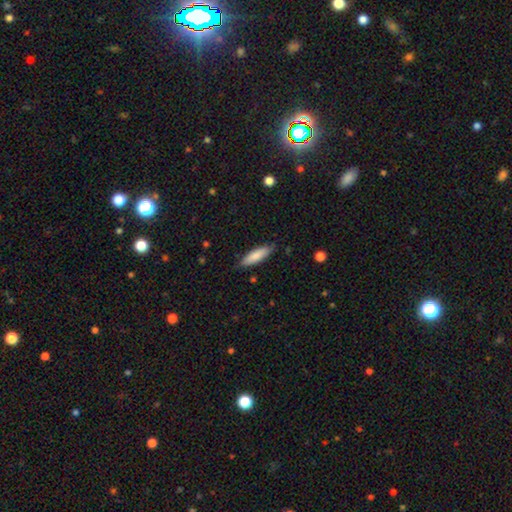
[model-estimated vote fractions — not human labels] This is clearly a smooth galaxy (82%). How rounded: possibly cigar-shaped (59%). Merging: clearly none (83%).